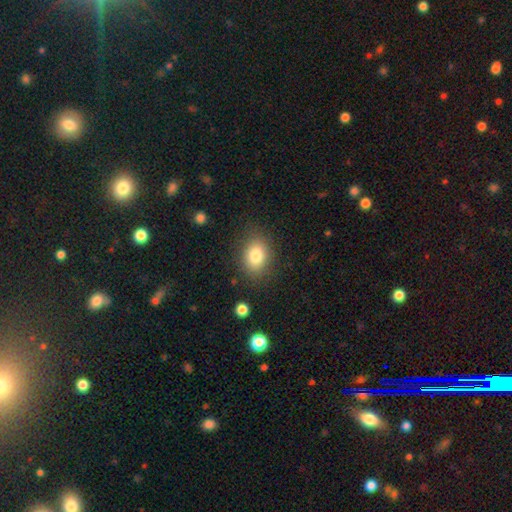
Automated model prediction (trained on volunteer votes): Smooth or featured? Predicted: smooth (p=0.82). How rounded? Predicted: in between (p=0.63). Merging? Predicted: none (p=0.83).